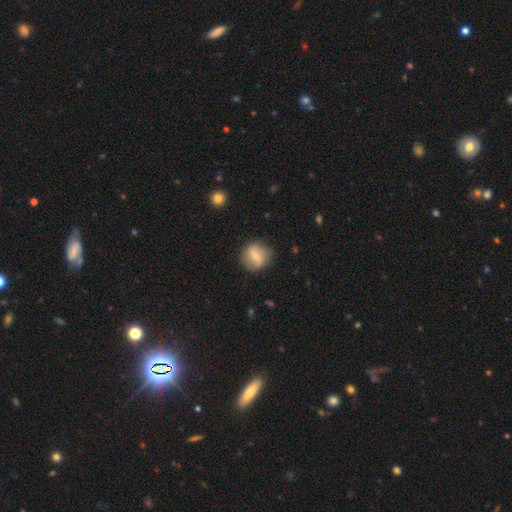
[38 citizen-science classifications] Smooth or featured? smooth (50%, tied with featured or disk)
How rounded? round (84%)
Merging? none (84%)